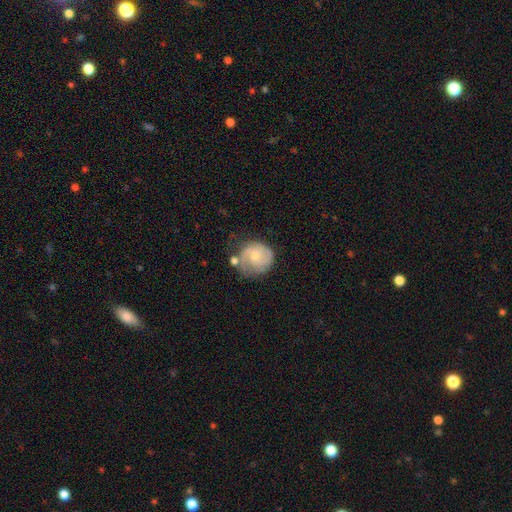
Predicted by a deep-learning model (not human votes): Smooth or featured? Predicted: featured or disk (p=0.63). Edge-on disk? Predicted: no (p=0.98). Bar? Predicted: no (p=0.69). Spiral arms? Predicted: yes (p=0.89). Spiral winding? Predicted: tight (p=0.46). Spiral arm count? Predicted: 2 (p=0.54). Bulge size? Predicted: small (p=0.59). Merging? Predicted: none (p=0.56).